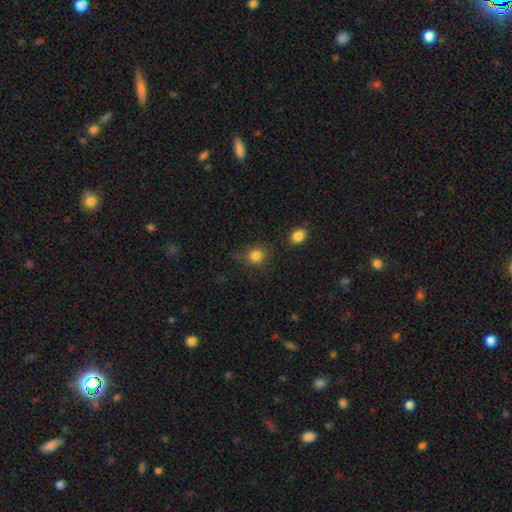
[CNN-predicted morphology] A smooth galaxy with no disk features (83%) that is round (86%).

Vote fractions:
- Smooth or featured? smooth: 83% / star or artifact: 12% / featured or disk: 5%
- How rounded? round: 86% / in between: 13% / cigar-shaped: 1%
- Merging? none: 77% / minor disturbance: 14% / major disturbance: 5% / merger: 4%